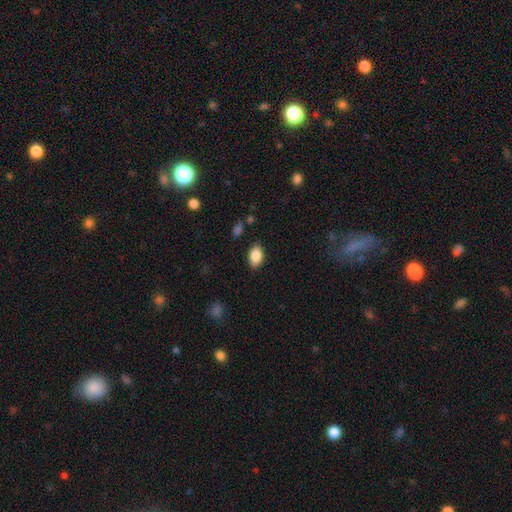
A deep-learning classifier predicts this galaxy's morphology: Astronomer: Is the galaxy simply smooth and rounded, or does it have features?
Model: smooth — 87%.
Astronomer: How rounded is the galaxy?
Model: in between — 90%.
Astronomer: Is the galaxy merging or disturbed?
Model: none — 86%.